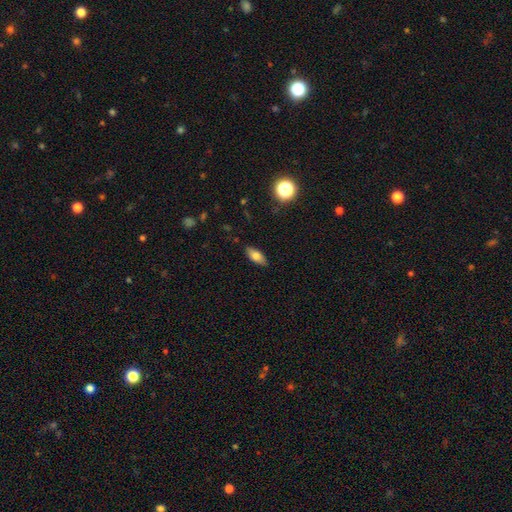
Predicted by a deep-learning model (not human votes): smooth-or-featured: smooth: 76% | featured or disk: 15% | star or artifact: 9%
  how-rounded: in between: 83% | cigar-shaped: 14% | round: 3%
  merging: none: 85% | minor disturbance: 11% | major disturbance: 2% | merger: 1%